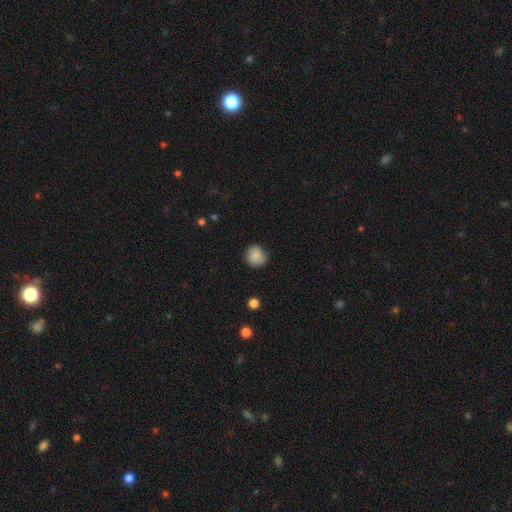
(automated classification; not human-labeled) smooth_or_featured: smooth (p=0.75) [alt: featured or disk p=0.16]
how_rounded: round (p=0.84) [alt: in between p=0.15]
merging: none (p=0.71) [alt: minor disturbance p=0.22]